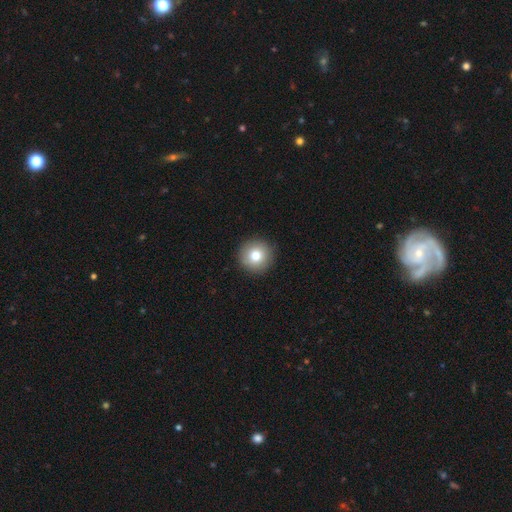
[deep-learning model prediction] smooth-or-featured: smooth: 78% | featured or disk: 12% | star or artifact: 10%
  how-rounded: round: 95% | in between: 4% | cigar-shaped: 1%
  merging: none: 92% | minor disturbance: 6% | major disturbance: 2% | merger: 1%